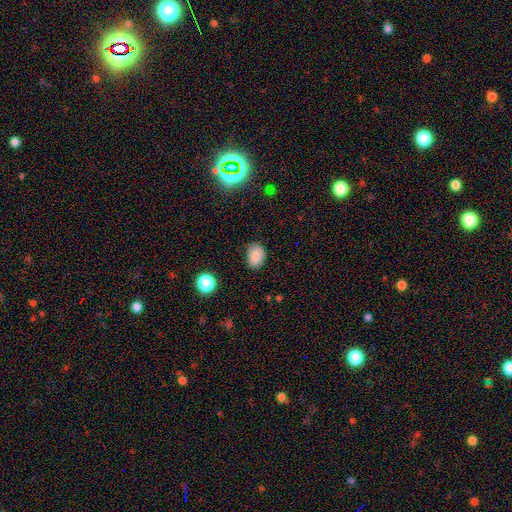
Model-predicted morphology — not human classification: Smooth or featured? Predicted: smooth (p=0.85). How rounded? Predicted: in between (p=0.76). Merging? Predicted: none (p=0.78).